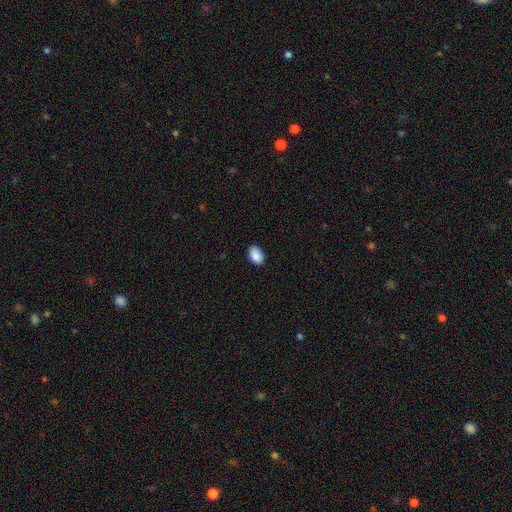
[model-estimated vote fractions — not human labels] Overall: smooth (89%). How rounded: in between (90%). Merging: none (83%).